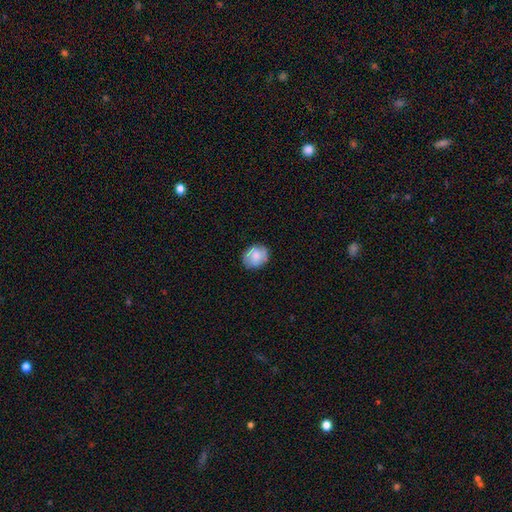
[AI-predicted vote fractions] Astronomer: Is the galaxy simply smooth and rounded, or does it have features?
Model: smooth — 64%.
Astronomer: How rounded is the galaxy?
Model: round — 59% (runner-up: in between, 40%).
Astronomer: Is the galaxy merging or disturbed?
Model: none — 79%.